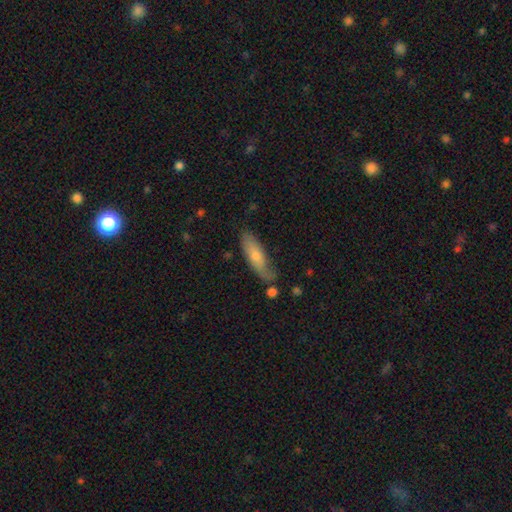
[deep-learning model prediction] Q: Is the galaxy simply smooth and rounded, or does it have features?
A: smooth — 59%.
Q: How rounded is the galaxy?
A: cigar-shaped — 51%.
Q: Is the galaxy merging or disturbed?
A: none — 64%.